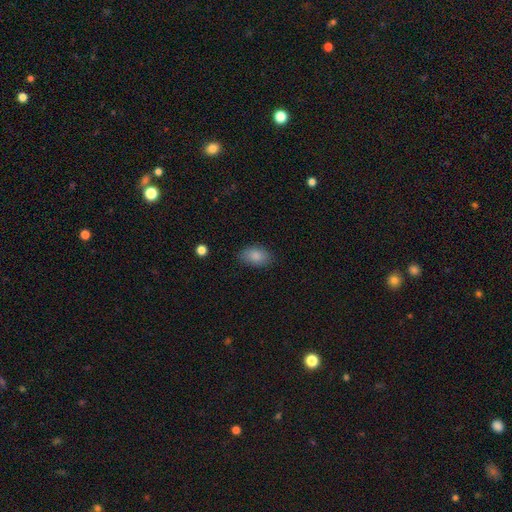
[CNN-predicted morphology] smooth-or-featured: smooth: 85% | star or artifact: 8% | featured or disk: 7%
  how-rounded: in between: 90% | round: 8% | cigar-shaped: 2%
  merging: none: 81% | minor disturbance: 14% | major disturbance: 3% | merger: 1%